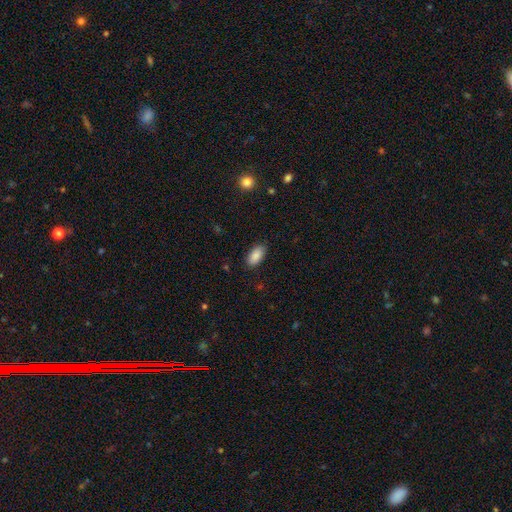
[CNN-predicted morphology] smooth 89%, star or artifact 7%, featured or disk 4%. Down the decision tree: how rounded — in between (93%); merging — none (86%).